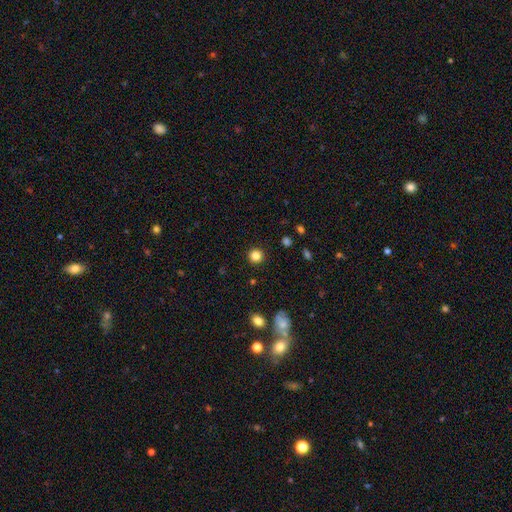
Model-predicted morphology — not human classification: A smooth galaxy with no disk features (85%) that is round (94%).

Vote fractions:
- Smooth or featured? smooth: 85% / star or artifact: 11% / featured or disk: 4%
- How rounded? round: 94% / in between: 5% / cigar-shaped: 1%
- Merging? none: 91% / minor disturbance: 5% / major disturbance: 2% / merger: 1%